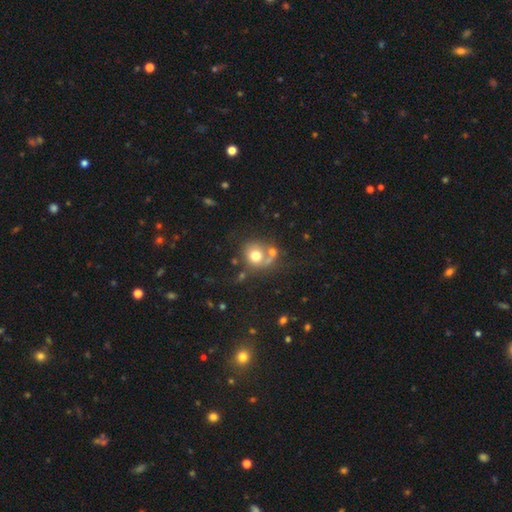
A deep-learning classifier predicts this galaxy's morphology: Q: Smooth or featured?
A: smooth (69%); runner-up: featured or disk (20%)
Q: How rounded?
A: round (80%); runner-up: in between (19%)
Q: Merging?
A: none (43%); runner-up: merger (32%)